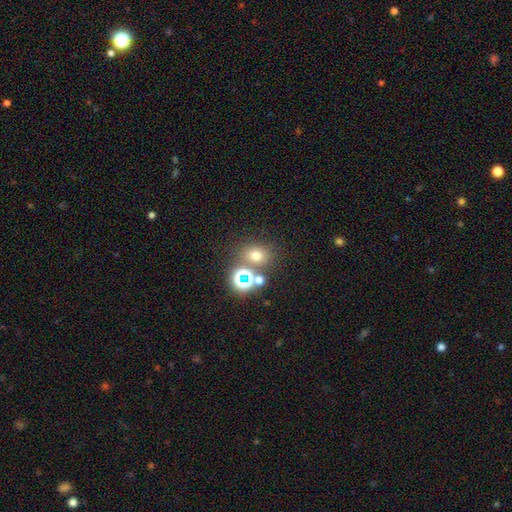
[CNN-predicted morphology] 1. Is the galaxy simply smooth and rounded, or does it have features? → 63% smooth, 27% star or artifact, 9% featured or disk.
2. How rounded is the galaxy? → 65% round, 34% in between, 1% cigar-shaped.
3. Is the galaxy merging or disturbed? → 67% none, 19% merger, 9% minor disturbance, 4% major disturbance.